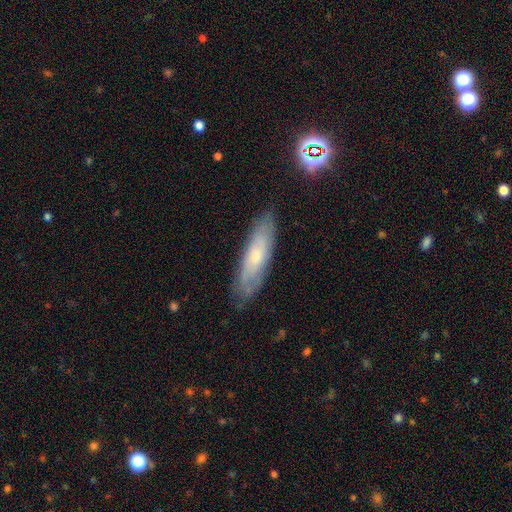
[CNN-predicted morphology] The model was most divided on "smooth or featured": smooth: 47%, featured or disk: 46%, star or artifact: 8%. More confident: merging — none (78%).